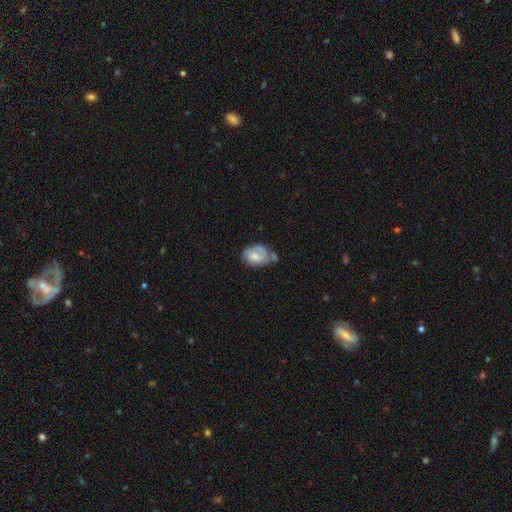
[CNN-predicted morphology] smooth_or_featured: smooth (p=0.53) [alt: featured or disk p=0.40]
how_rounded: in between (p=0.73) [alt: round p=0.25]
merging: none (p=0.38) [alt: minor disturbance p=0.33]